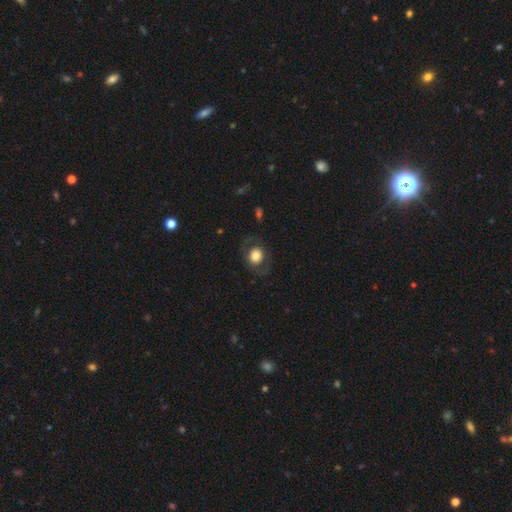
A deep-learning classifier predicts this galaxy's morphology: smooth 61%, featured or disk 32%, star or artifact 7%. Down the decision tree: how rounded — round (61%); merging — none (76%).